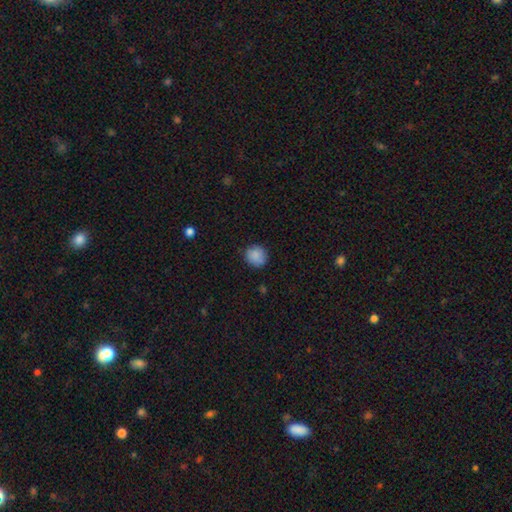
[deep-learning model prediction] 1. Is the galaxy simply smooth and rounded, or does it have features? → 87% smooth, 8% star or artifact, 5% featured or disk.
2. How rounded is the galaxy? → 86% round, 13% in between, 1% cigar-shaped.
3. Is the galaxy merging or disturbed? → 82% none, 14% minor disturbance, 3% major disturbance, 1% merger.